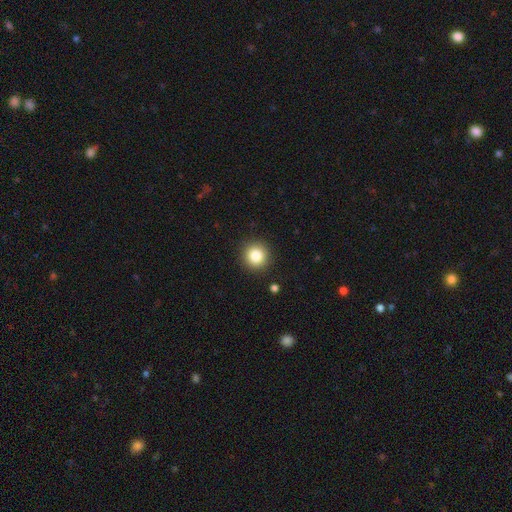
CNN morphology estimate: smooth_or_featured: smooth (p=0.84) [alt: star or artifact p=0.10]
how_rounded: round (p=0.94) [alt: in between p=0.05]
merging: none (p=0.91) [alt: minor disturbance p=0.06]